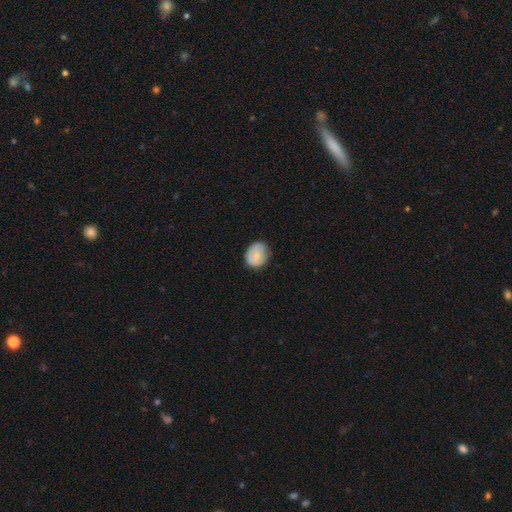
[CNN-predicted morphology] type=smooth (68%); roundness=round (60%); merging=none (71%).